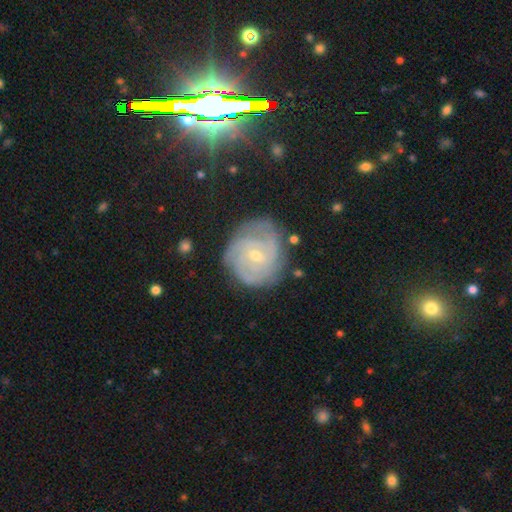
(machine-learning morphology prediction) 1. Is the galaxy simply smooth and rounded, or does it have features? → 79% featured or disk, 14% smooth, 7% star or artifact.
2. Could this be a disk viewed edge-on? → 98% no, 2% yes.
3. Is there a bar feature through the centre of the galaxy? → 47% no, 45% weak, 8% strong.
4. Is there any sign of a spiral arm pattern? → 93% yes, 7% no.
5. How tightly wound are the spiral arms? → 72% tight, 23% medium, 6% loose.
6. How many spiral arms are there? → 37% can't tell, 21% 3, 17% 2, 14% 4, 6% more than 4, 6% 1.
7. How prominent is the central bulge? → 59% small, 38% moderate, 1% large, 1% none, 1% dominant.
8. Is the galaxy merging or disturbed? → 71% none, 20% minor disturbance, 7% major disturbance, 2% merger.